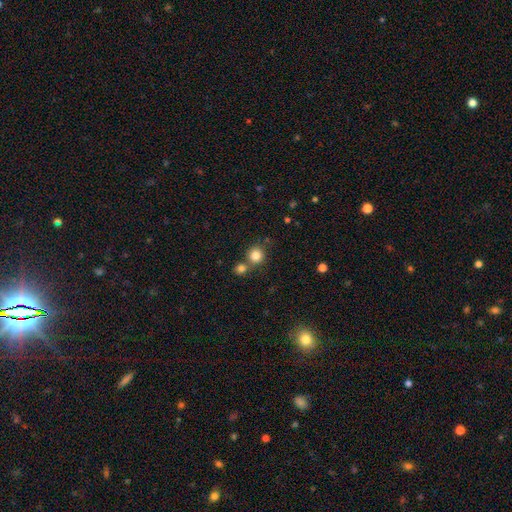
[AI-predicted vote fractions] This appears to be a smooth galaxy with no disk features (83%) that is round (91%). Merging: none (62%).